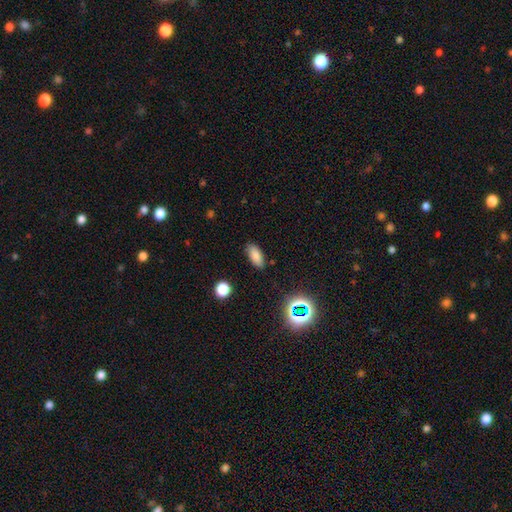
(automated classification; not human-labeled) Q: Smooth or featured?
A: smooth (81%); runner-up: star or artifact (13%)
Q: How rounded?
A: in between (85%); runner-up: cigar-shaped (11%)
Q: Merging?
A: none (85%); runner-up: minor disturbance (10%)